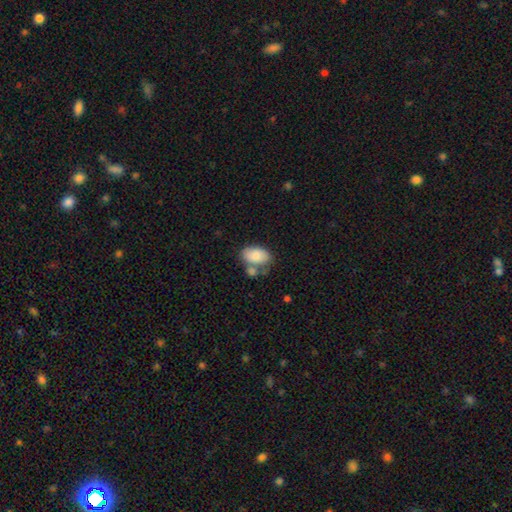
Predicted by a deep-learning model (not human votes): Smooth or featured?
  - smooth: 85% *
  - featured or disk: 9%
  - star or artifact: 7%
How rounded?
  - in between: 91% *
  - round: 8%
  - cigar-shaped: 1%
Merging?
  - none: 50% *
  - merger: 26%
  - minor disturbance: 18%
  - major disturbance: 6%